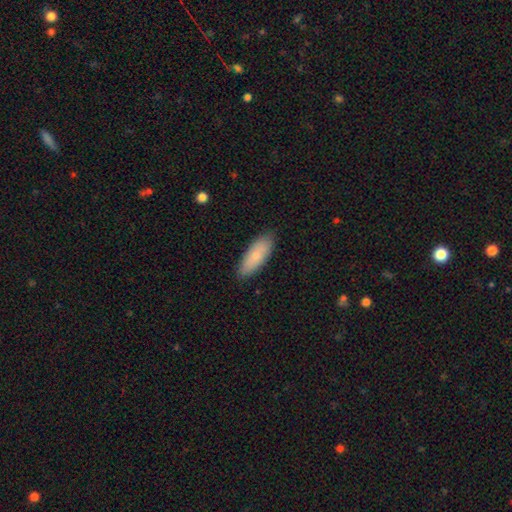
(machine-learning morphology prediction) Smooth or featured? Predicted: smooth (p=0.83). How rounded? Predicted: in between (p=0.71). Merging? Predicted: none (p=0.87).